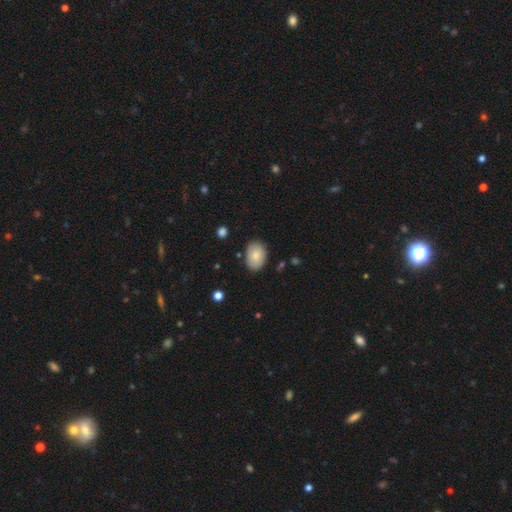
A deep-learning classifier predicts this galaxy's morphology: smooth-or-featured: smooth: 81% | featured or disk: 12% | star or artifact: 7%
  how-rounded: in between: 82% | round: 17% | cigar-shaped: 1%
  merging: none: 83% | minor disturbance: 13% | major disturbance: 3% | merger: 2%